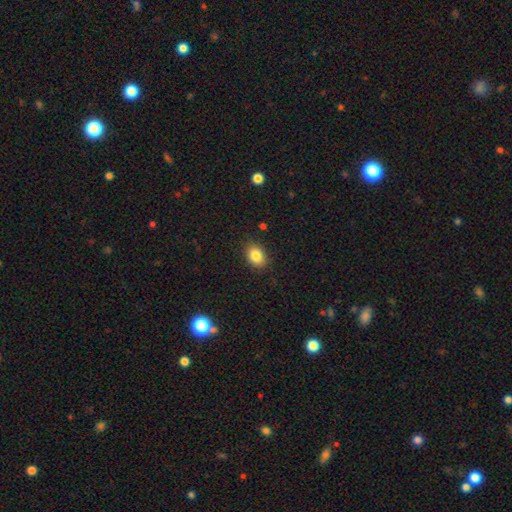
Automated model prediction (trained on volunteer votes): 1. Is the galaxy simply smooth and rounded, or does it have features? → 84% smooth, 9% star or artifact, 7% featured or disk.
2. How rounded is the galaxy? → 70% in between, 29% round, 1% cigar-shaped.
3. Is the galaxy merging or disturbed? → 86% none, 11% minor disturbance, 2% major disturbance, 1% merger.